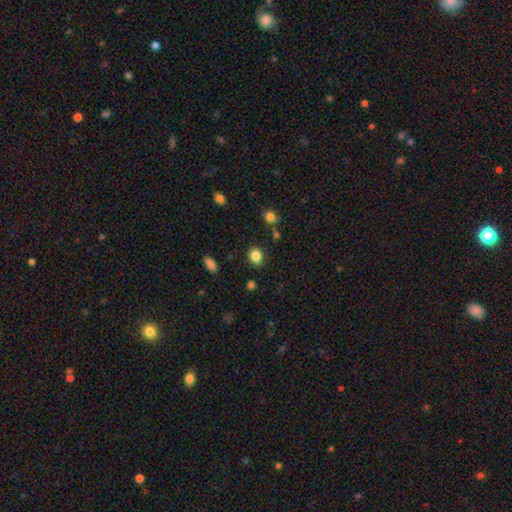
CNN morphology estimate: Smooth or featured? smooth (84%)
How rounded? round (58%)
Merging? none (85%)